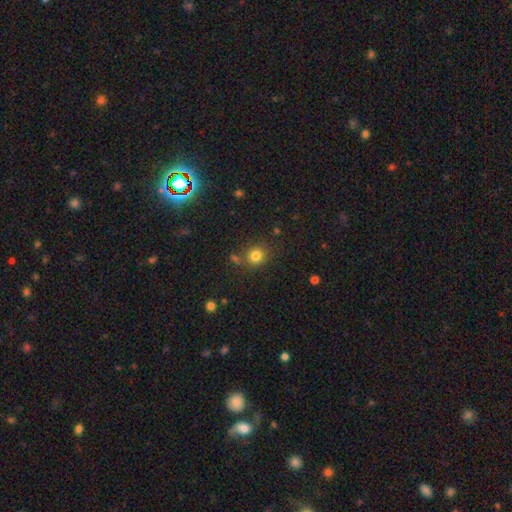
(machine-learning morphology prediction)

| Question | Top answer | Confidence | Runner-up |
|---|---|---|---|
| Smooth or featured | smooth | 80% | star or artifact (14%) |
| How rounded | round | 84% | in between (15%) |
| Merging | none | 76% | minor disturbance (11%) |